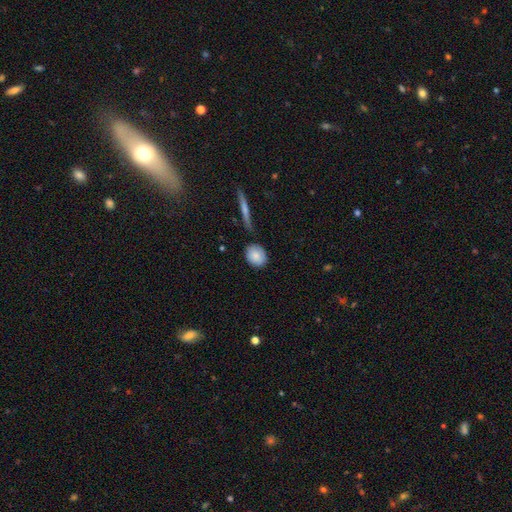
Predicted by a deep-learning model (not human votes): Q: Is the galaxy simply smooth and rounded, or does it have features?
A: smooth — 85%.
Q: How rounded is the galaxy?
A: round — 52%.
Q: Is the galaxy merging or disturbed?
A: none — 81%.